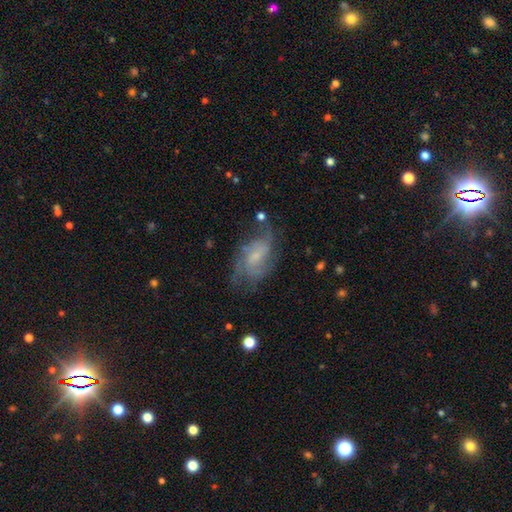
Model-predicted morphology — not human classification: smooth_or_featured: featured or disk (p=0.68) [alt: smooth p=0.22]
disk_edge_on: no (p=0.95) [alt: yes p=0.05]
bar: no (p=0.54) [alt: weak p=0.39]
has_spiral_arms: yes (p=0.84) [alt: no p=0.16]
spiral_winding: medium (p=0.44) [alt: tight p=0.30]
spiral_arm_count: can't tell (p=0.37) [alt: 2 p=0.26]
bulge_size: small (p=0.50) [alt: moderate p=0.23]
merging: none (p=0.57) [alt: minor disturbance p=0.22]